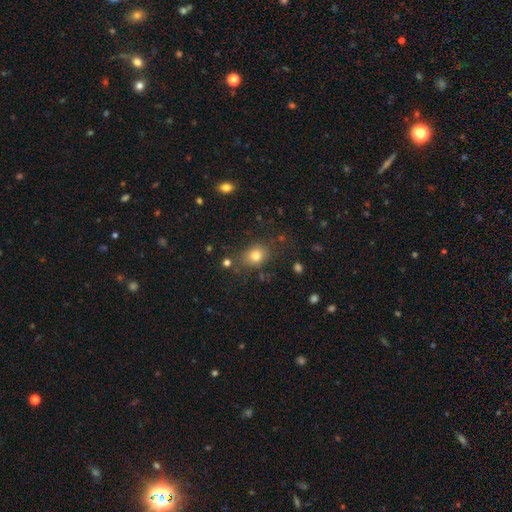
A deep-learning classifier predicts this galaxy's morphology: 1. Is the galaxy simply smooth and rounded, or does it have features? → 79% smooth, 13% star or artifact, 8% featured or disk.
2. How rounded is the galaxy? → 55% round, 44% in between, 1% cigar-shaped.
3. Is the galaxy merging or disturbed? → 76% none, 15% minor disturbance, 5% major disturbance, 5% merger.